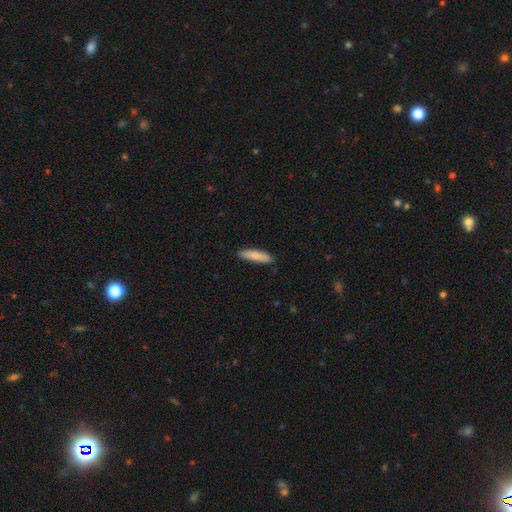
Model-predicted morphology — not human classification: Q: Smooth or featured?
A: smooth (82%); runner-up: featured or disk (13%)
Q: How rounded?
A: cigar-shaped (79%); runner-up: in between (20%)
Q: Merging?
A: none (88%); runner-up: minor disturbance (9%)